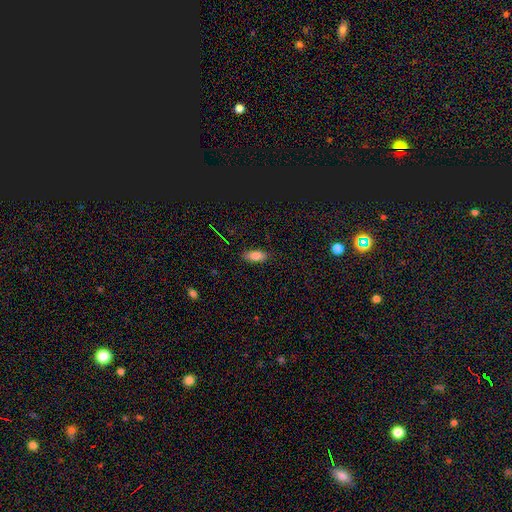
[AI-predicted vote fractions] Smooth or featured? smooth (81%)
How rounded? in between (84%)
Merging? none (84%)